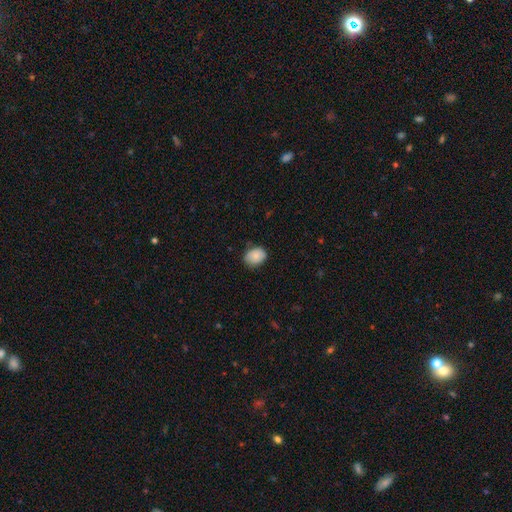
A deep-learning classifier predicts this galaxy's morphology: The model was most divided on "how rounded": in between: 59%, round: 40%, cigar-shaped: 1%. More confident: smooth or featured — smooth (82%); merging — none (76%).